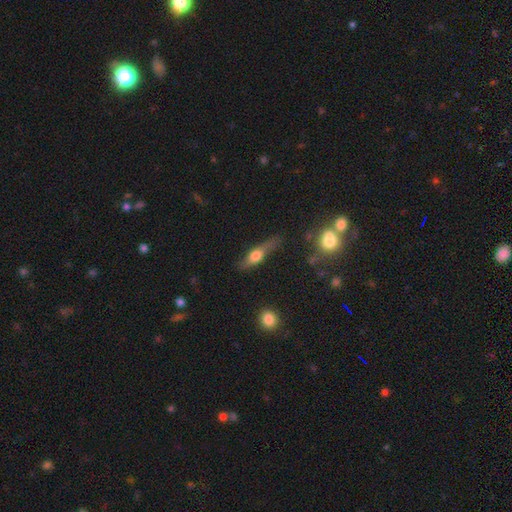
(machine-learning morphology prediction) smooth-or-featured: featured or disk: 46% (tied) | smooth: 46% (tied) | star or artifact: 8%
  merging: none: 60% | minor disturbance: 25% | major disturbance: 11% | merger: 4%